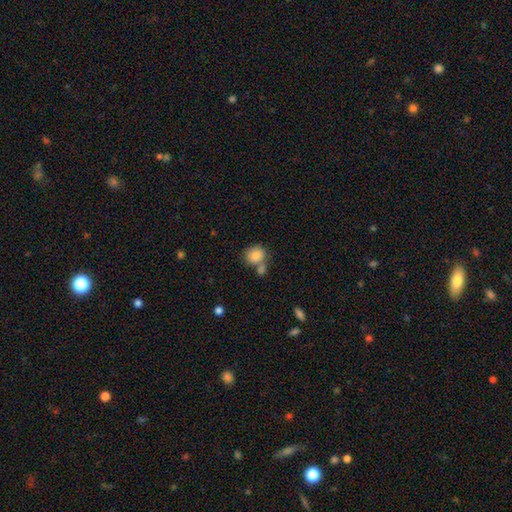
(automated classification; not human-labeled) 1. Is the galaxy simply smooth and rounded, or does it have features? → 83% smooth, 9% star or artifact, 8% featured or disk.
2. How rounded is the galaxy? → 73% round, 26% in between, 1% cigar-shaped.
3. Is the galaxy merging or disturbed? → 50% none, 34% merger, 12% minor disturbance, 4% major disturbance.